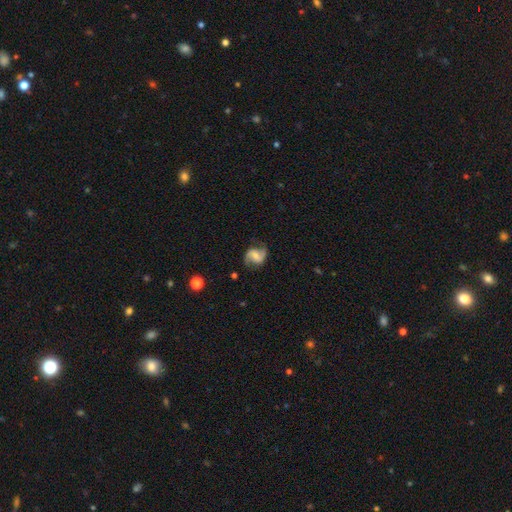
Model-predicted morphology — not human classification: Overall: featured or disk (81%). Edge-on disk: no (98%). Bar: weak (45%; strong 29%). Spiral arms: yes (95%). Spiral arm count: 2 (91%). Spiral winding: medium (45%; loose 41%). Bulge size: small (45%; moderate 34%). Merging: none (76%).